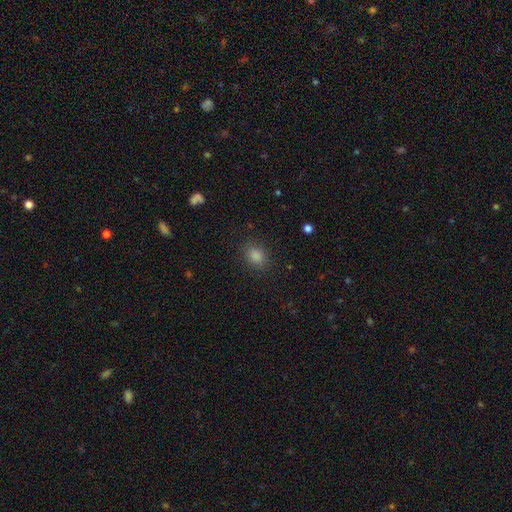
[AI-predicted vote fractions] Smooth or featured: smooth — 81% (star or artifact — 14%)
How rounded: round — 51% (in between — 48%)
Merging: none — 87% (minor disturbance — 9%)